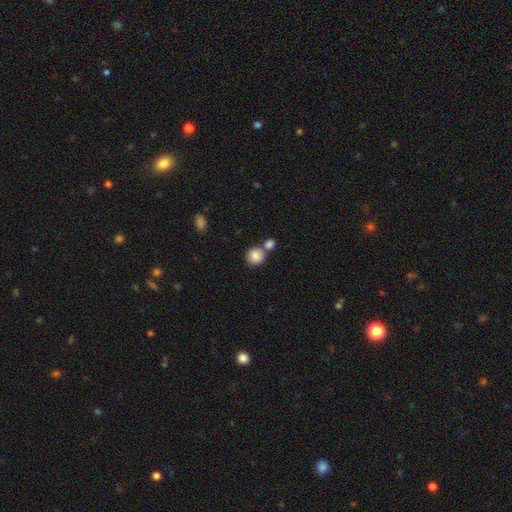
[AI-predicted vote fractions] A smooth galaxy with no disk features (86%) that is round (89%). Merging: none (53%).